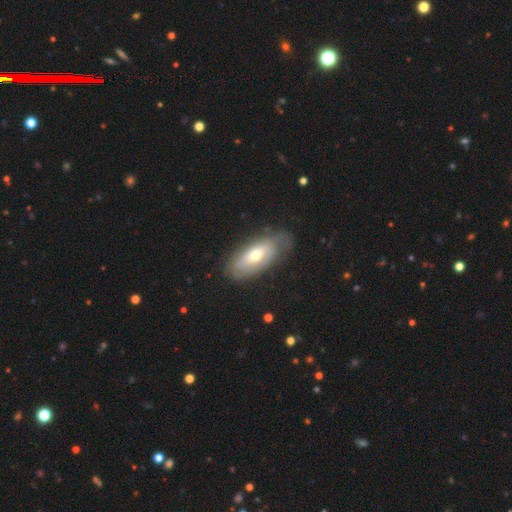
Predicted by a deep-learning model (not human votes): Smooth or featured?
  - featured or disk: 53% *
  - smooth: 41%
  - star or artifact: 6%
Edge-on disk?
  - no: 84% *
  - yes: 16%
Merging?
  - none: 67% *
  - minor disturbance: 23%
  - major disturbance: 8%
  - merger: 2%